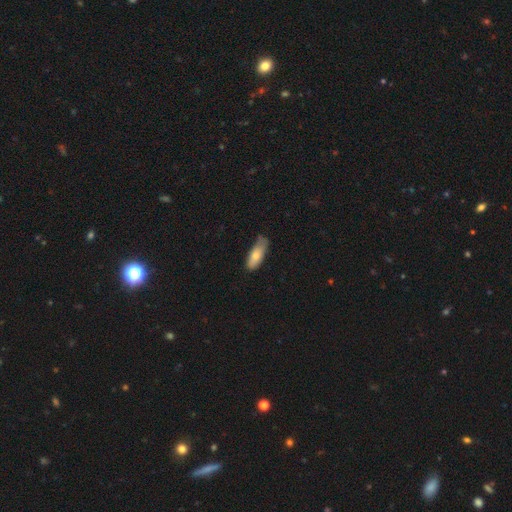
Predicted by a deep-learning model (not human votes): A smooth galaxy with no disk features (75%) that is in between round and cigar-shaped (67%). Merging: none (55%).